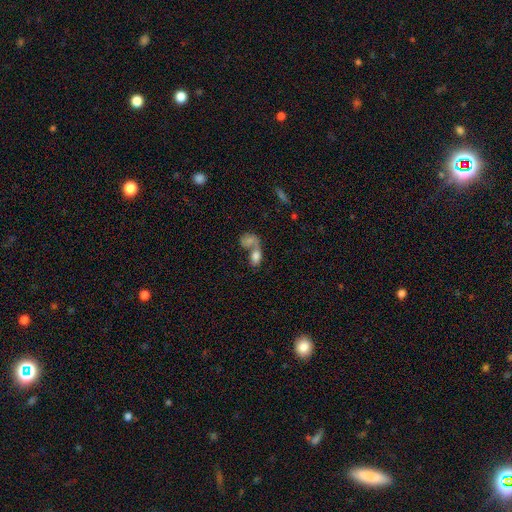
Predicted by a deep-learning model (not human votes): Morphology: type=smooth (75%); roundness=in between (86%); merging=merger (69%).